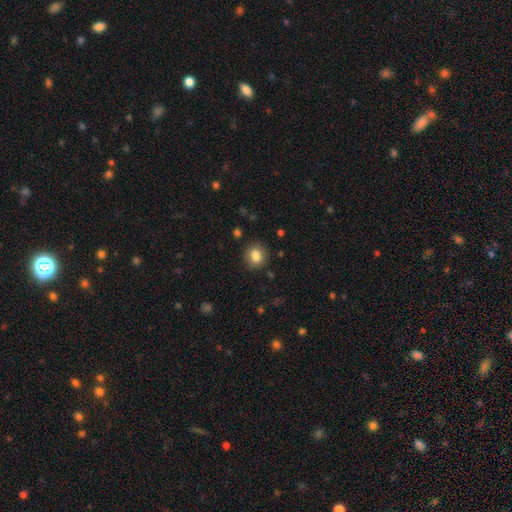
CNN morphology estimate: The model was most divided on "how rounded": round: 78%, in between: 21%, cigar-shaped: 1%. More confident: merging — none (89%); smooth or featured — smooth (84%).